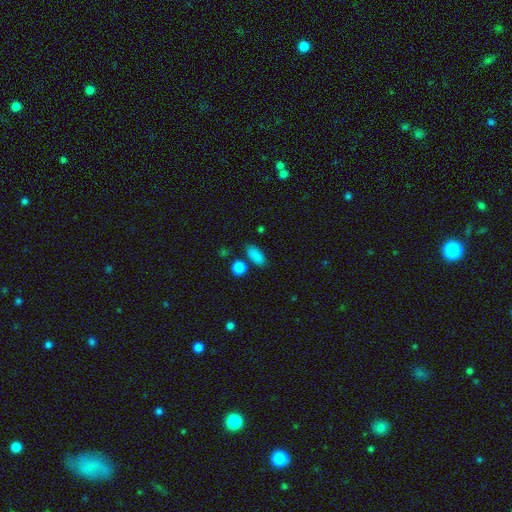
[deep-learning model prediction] Smooth or featured? smooth (86%)
How rounded? in between (80%)
Merging? none (78%)